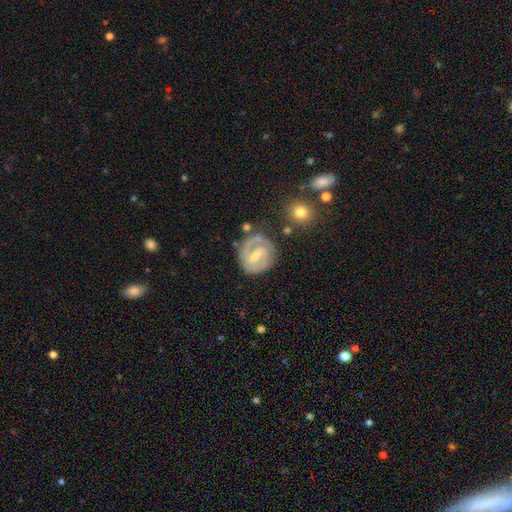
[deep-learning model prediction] featured or disk 86%, smooth 10%, star or artifact 5%. Down the decision tree: edge-on disk — no (98%); bar — weak (51%); spiral arms — yes (95%); spiral arm count — 2 (84%); spiral winding — tight (48%); bulge size — small (57%); merging — none (73%).